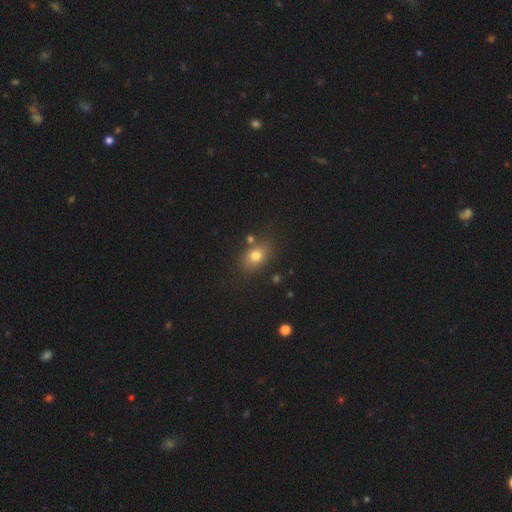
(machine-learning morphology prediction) Smooth or featured: smooth — 76% (star or artifact — 13%)
How rounded: in between — 65% (round — 33%)
Merging: none — 77% (minor disturbance — 12%)